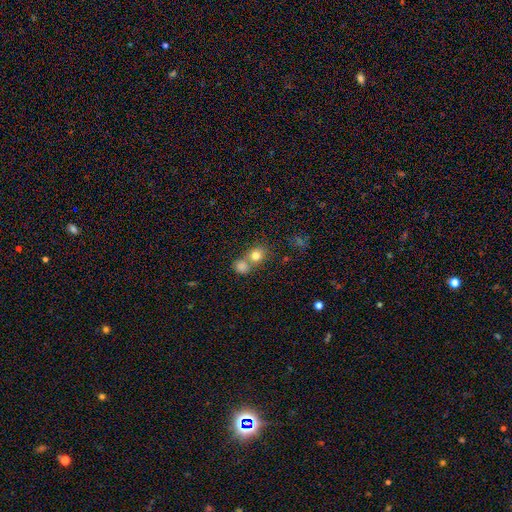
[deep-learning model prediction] This is likely a smooth galaxy (79%). How rounded: clearly round (81%). Merging: possibly none (48%).